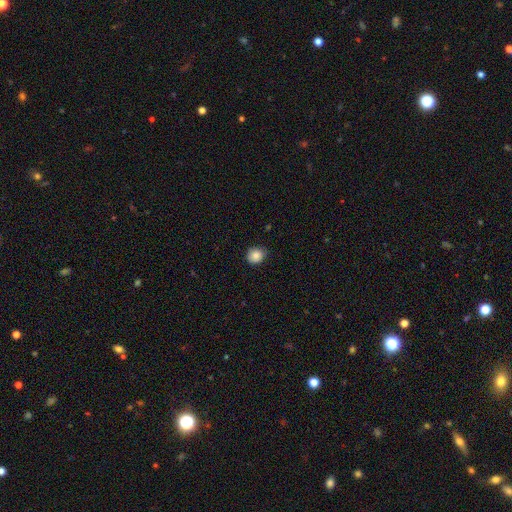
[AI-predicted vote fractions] The model was most divided on "how rounded": round: 79%, in between: 20%, cigar-shaped: 1%. More confident: smooth or featured — smooth (84%); merging — none (79%).